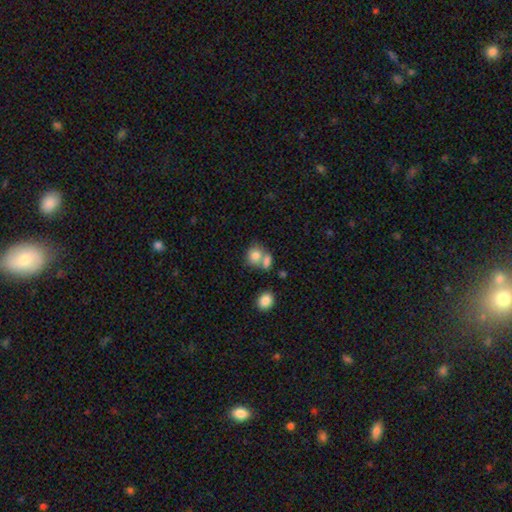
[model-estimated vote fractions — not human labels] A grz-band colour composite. It shows a smooth galaxy with no disk features (78%) that is round (70%). Merging: merger (45%).